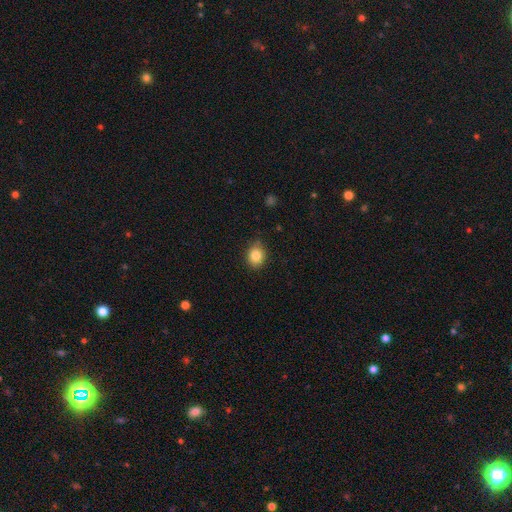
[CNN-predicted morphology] smooth-or-featured: smooth: 84% | star or artifact: 9% | featured or disk: 6%
  how-rounded: round: 55% | in between: 44% | cigar-shaped: 1%
  merging: none: 81% | minor disturbance: 15% | major disturbance: 3% | merger: 1%